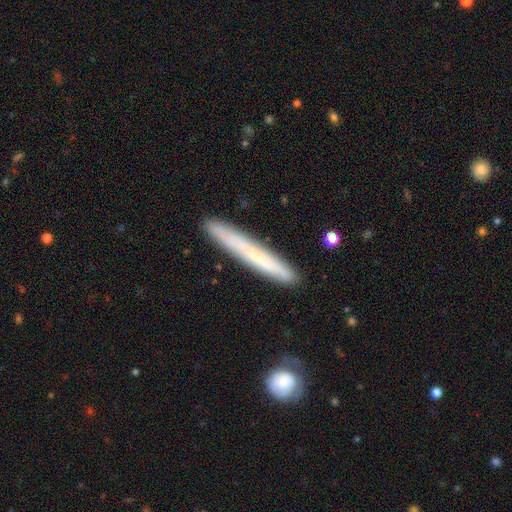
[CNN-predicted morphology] This is possibly a smooth galaxy (60%). How rounded: clearly cigar-shaped (97%). Merging: clearly none (88%).